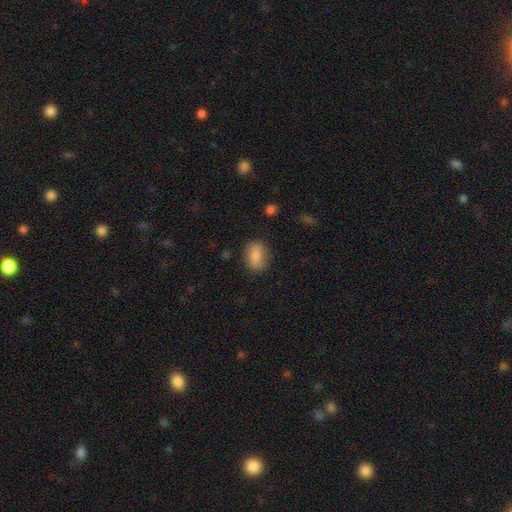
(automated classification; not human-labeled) smooth_or_featured: smooth (p=0.81) [alt: featured or disk p=0.12]
how_rounded: in between (p=0.65) [alt: round p=0.33]
merging: none (p=0.80) [alt: minor disturbance p=0.14]